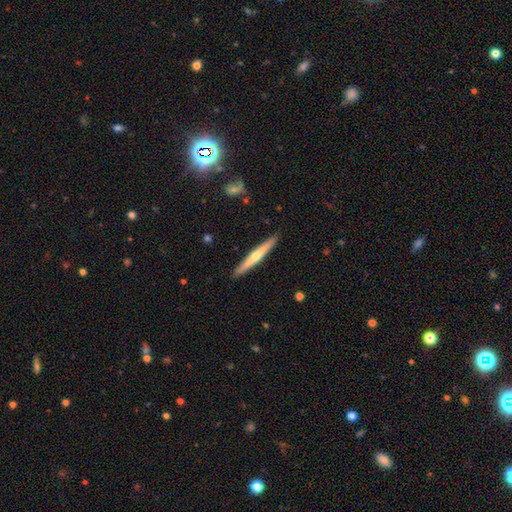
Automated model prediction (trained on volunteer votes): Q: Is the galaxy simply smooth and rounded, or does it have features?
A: featured or disk — 58%.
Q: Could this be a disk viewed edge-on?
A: yes — 96%.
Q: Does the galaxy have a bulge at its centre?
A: rounded — 78%.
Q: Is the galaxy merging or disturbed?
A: none — 91%.